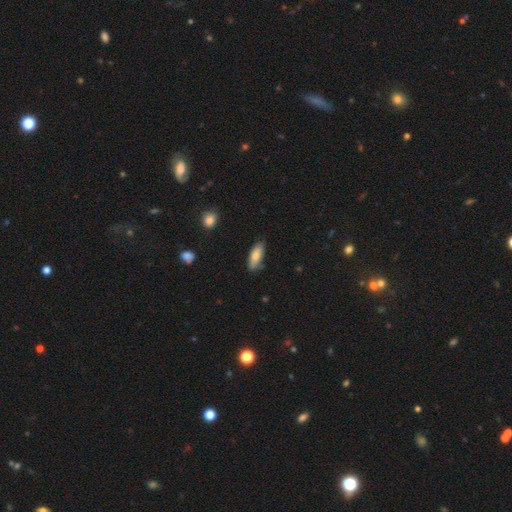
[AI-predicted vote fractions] Smooth or featured?
  - smooth: 80% *
  - featured or disk: 14%
  - star or artifact: 6%
How rounded?
  - in between: 69% *
  - cigar-shaped: 29%
  - round: 2%
Merging?
  - none: 80% *
  - minor disturbance: 16%
  - major disturbance: 2%
  - merger: 2%